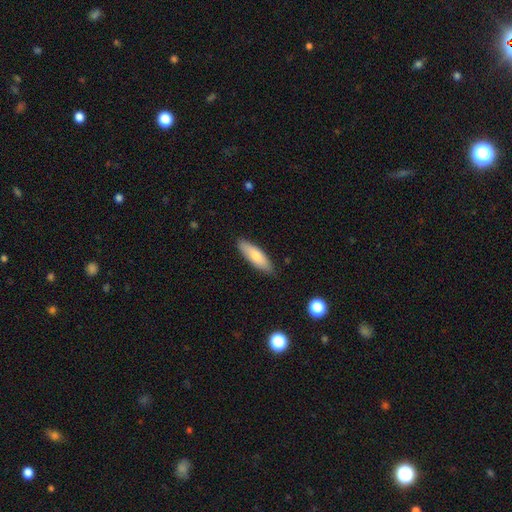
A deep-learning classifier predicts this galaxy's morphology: Smooth or featured?
  - smooth: 78% *
  - featured or disk: 17%
  - star or artifact: 6%
How rounded?
  - cigar-shaped: 51% *
  - in between: 47%
  - round: 2%
Merging?
  - none: 85% *
  - minor disturbance: 12%
  - major disturbance: 2%
  - merger: 1%